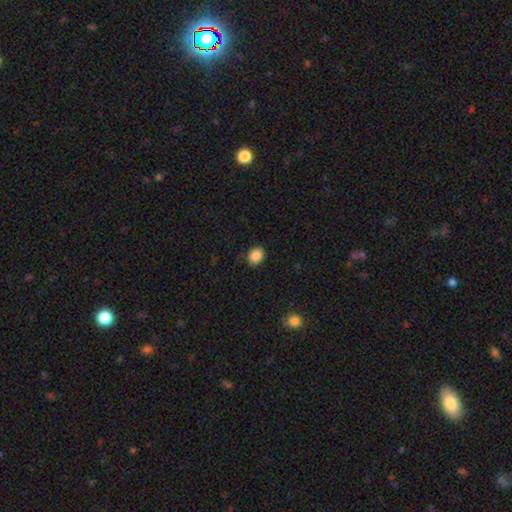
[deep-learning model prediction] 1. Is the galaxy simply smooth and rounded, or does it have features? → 87% smooth, 9% star or artifact, 4% featured or disk.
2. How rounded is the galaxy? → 58% round, 41% in between, 1% cigar-shaped.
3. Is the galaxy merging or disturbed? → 83% none, 13% minor disturbance, 3% major disturbance, 1% merger.